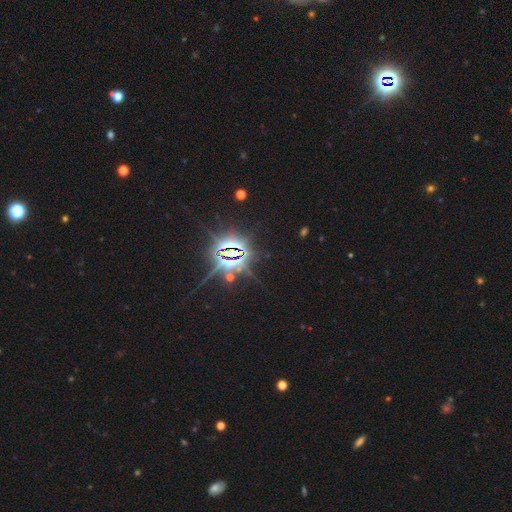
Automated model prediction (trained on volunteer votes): Smooth or featured: star or artifact — 86% (smooth — 8%)